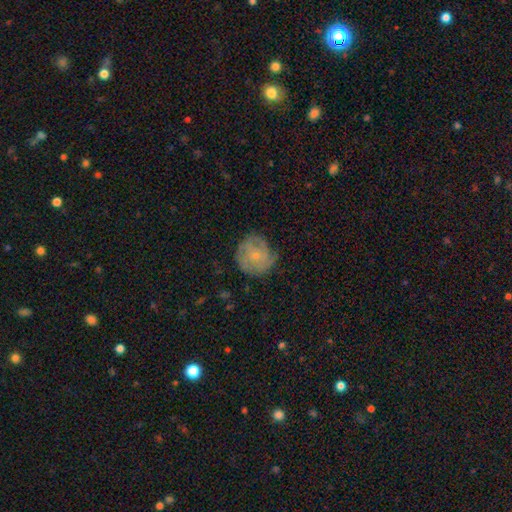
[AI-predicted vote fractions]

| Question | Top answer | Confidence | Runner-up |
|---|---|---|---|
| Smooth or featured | featured or disk | 50% | smooth (41%) |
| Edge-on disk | no | 97% | yes (3%) |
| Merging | none | 70% | minor disturbance (21%) |